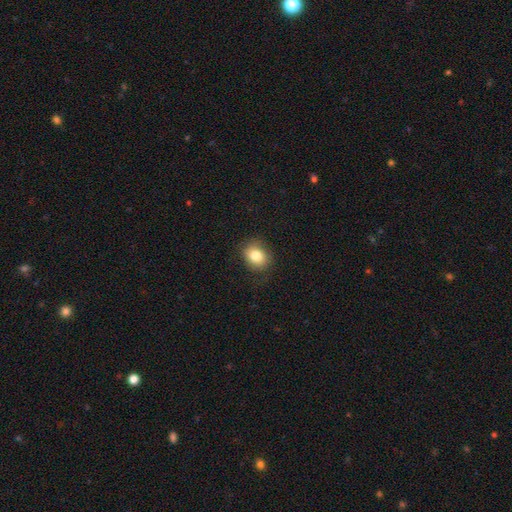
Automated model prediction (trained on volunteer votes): Smooth or featured? smooth (82%)
How rounded? round (57%)
Merging? none (81%)